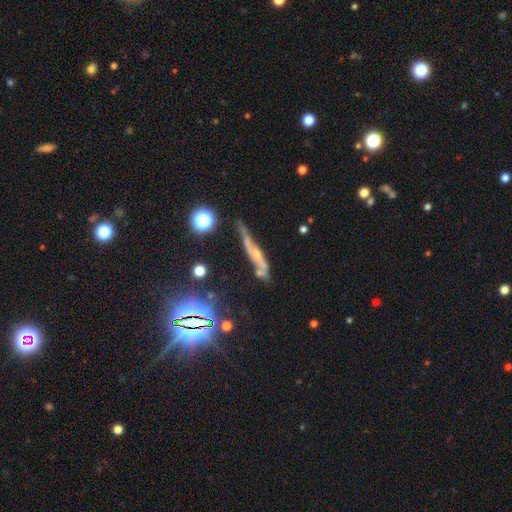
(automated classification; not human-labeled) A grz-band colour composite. It shows a featured or disk galaxy (58%) viewed edge-on (75%). Merging: none (56%).